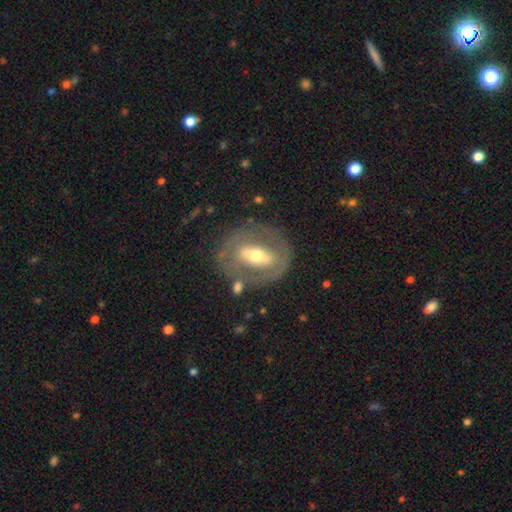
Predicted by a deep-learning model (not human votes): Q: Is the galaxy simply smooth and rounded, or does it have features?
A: featured or disk — 66%.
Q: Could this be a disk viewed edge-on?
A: no — 90%.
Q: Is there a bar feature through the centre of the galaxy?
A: strong — 43%.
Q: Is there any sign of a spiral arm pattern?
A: no — 75%.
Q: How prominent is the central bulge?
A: moderate — 65%.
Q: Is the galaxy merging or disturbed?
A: none — 72%.